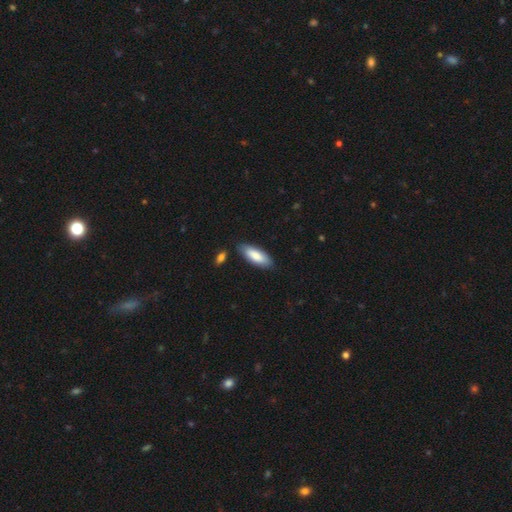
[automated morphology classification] Smooth or featured? smooth (82%)
How rounded? in between (69%)
Merging? none (83%)